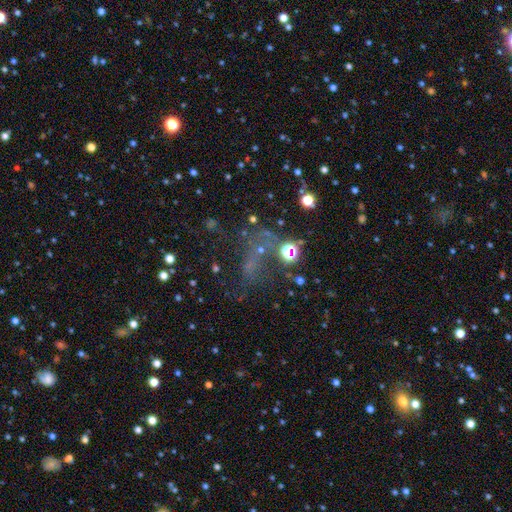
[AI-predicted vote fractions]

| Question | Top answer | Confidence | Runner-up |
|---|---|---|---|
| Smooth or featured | star or artifact | 62% | smooth (23%) |